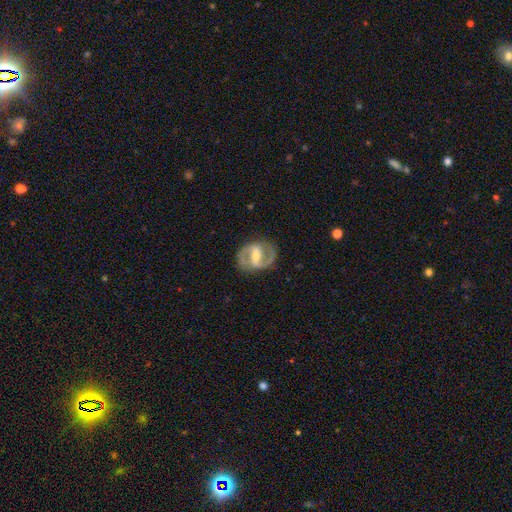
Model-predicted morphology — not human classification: A featured or disk galaxy (88%) with a strong bar (50%), 2 (92%) medium (59%) spiral arms (94%) and a moderate central bulge (51%).

Vote fractions:
- Smooth or featured? featured or disk: 88% / smooth: 8% / star or artifact: 4%
- Edge-on disk? no: 97% / yes: 3%
- Bar? strong: 50% / weak: 38% / no: 12%
- Spiral arms? yes: 94% / no: 6%
- Spiral winding? medium: 59% / tight: 24% / loose: 17%
- Spiral arm count? 2: 92% / can't tell: 3% / 1: 2% / 3: 1% / 4: 1% / more than 4: 1%
- Bulge size? moderate: 51% / small: 41% / large: 4% / none: 3% / dominant: 1%
- Merging? none: 83% / minor disturbance: 11% / major disturbance: 4% / merger: 1%